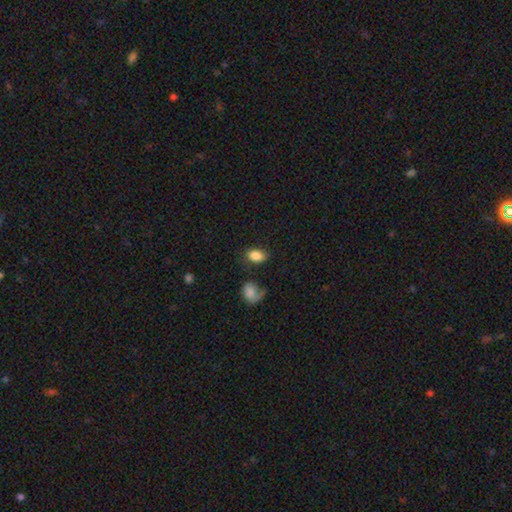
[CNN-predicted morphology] A smooth galaxy with no disk features (85%) that is in between round and cigar-shaped (84%). Merging: none (71%).